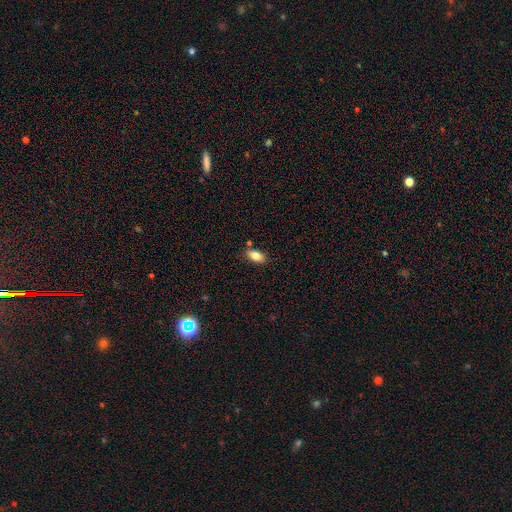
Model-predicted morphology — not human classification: type=smooth (82%); roundness=in between (90%); merging=none (81%).